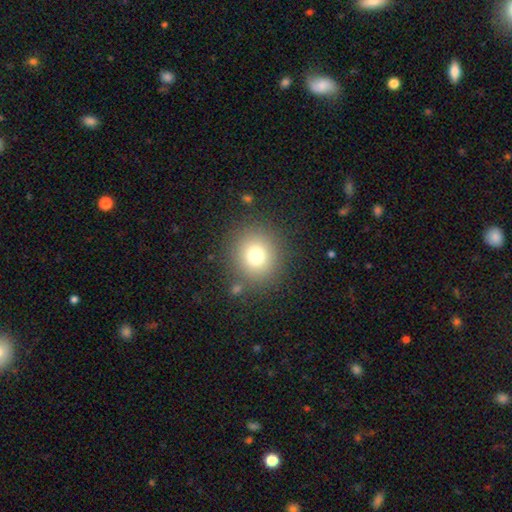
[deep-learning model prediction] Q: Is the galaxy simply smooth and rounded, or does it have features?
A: smooth — 76%.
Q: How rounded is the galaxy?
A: round — 88%.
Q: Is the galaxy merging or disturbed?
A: none — 84%.